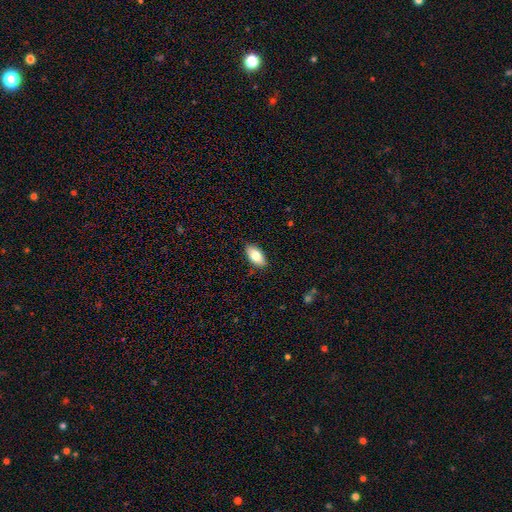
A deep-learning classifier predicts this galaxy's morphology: smooth 80%, featured or disk 14%, star or artifact 7%. Down the decision tree: how rounded — in between (91%); merging — none (88%).